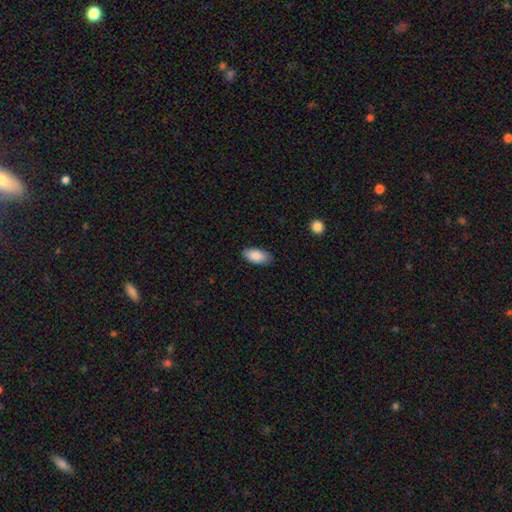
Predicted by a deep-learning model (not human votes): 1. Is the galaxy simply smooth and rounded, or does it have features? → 88% smooth, 6% star or artifact, 6% featured or disk.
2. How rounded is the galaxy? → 93% in between, 5% cigar-shaped, 2% round.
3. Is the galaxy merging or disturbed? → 85% none, 12% minor disturbance, 2% major disturbance, 1% merger.